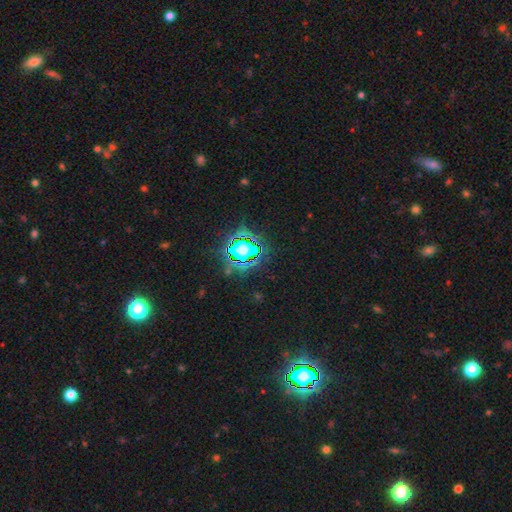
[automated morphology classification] Smooth or featured: star or artifact — 82% (smooth — 11%)